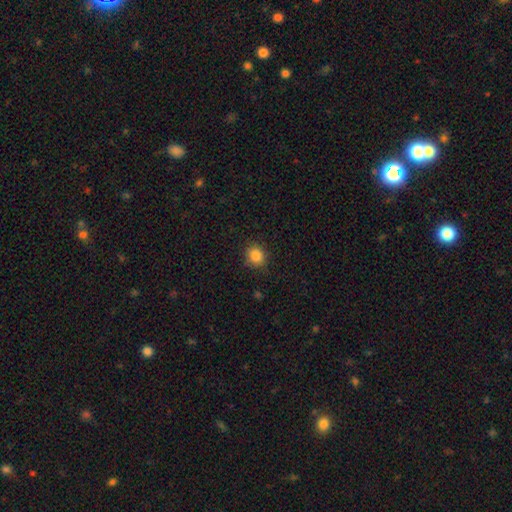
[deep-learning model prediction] A smooth galaxy with no disk features (85%) that is round (81%). Merging: none (86%).